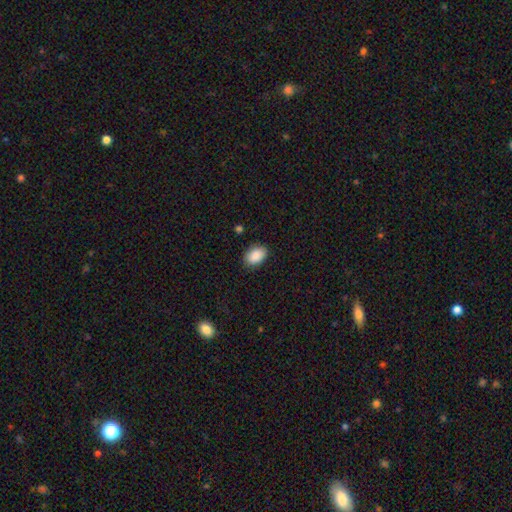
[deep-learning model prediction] smooth-or-featured: smooth: 90% | star or artifact: 7% | featured or disk: 3%
  how-rounded: in between: 88% | round: 10% | cigar-shaped: 1%
  merging: none: 85% | minor disturbance: 11% | major disturbance: 2% | merger: 1%